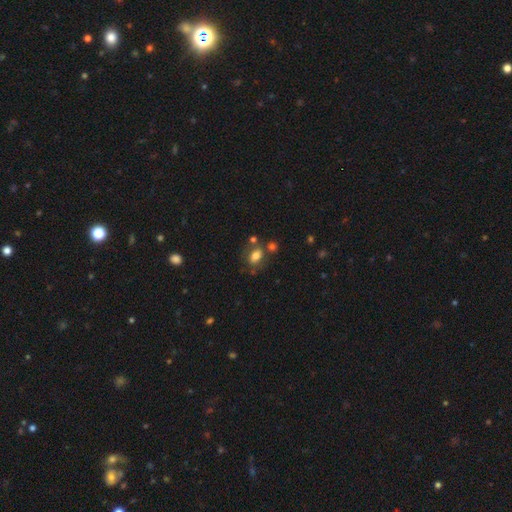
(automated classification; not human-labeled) smooth_or_featured: smooth (p=0.76) [alt: featured or disk p=0.14]
how_rounded: in between (p=0.80) [alt: round p=0.18]
merging: none (p=0.61) [alt: merger p=0.17]